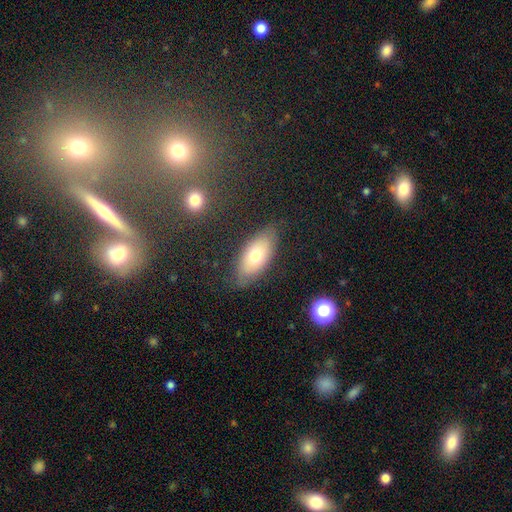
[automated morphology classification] smooth-or-featured: smooth: 69% | featured or disk: 23% | star or artifact: 8%
  how-rounded: in between: 89% | cigar-shaped: 8% | round: 3%
  merging: none: 79% | minor disturbance: 16% | major disturbance: 4% | merger: 2%